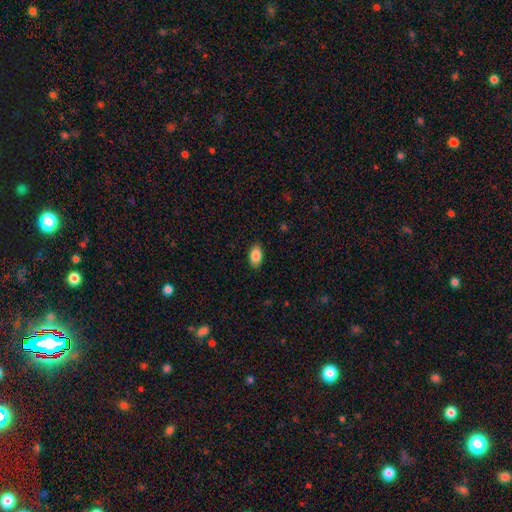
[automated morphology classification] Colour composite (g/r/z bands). It shows a smooth galaxy with no disk features (87%) that is in between round and cigar-shaped (92%). Merging: none (84%).